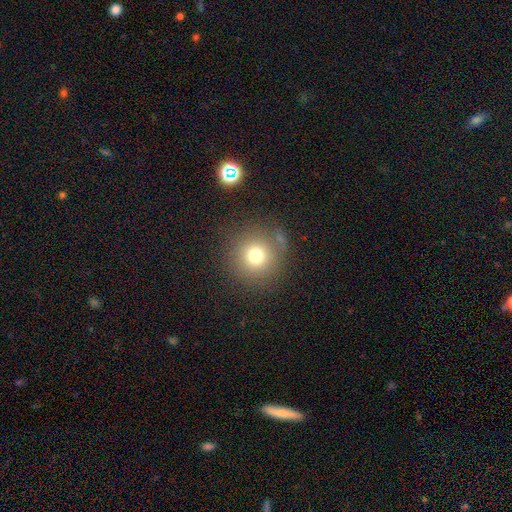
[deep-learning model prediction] A smooth galaxy with no disk features (75%) that is round (94%). Merging: none (82%).